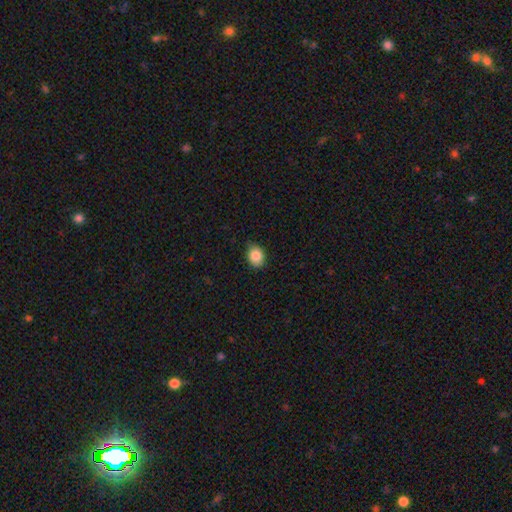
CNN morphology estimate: smooth 86%, star or artifact 9%, featured or disk 5%. Down the decision tree: how rounded — in between (52%); merging — none (79%).